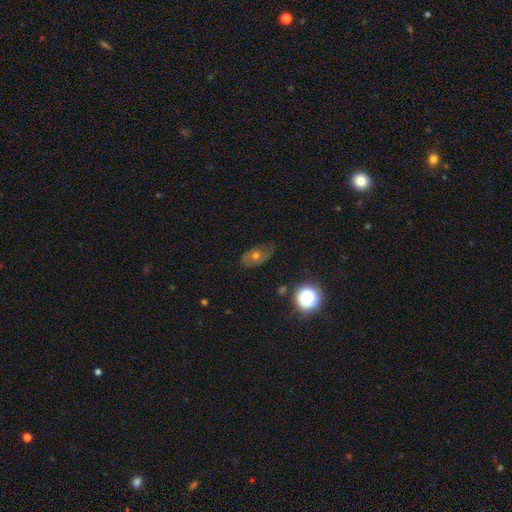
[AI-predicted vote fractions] smooth 46%, featured or disk 36%, star or artifact 18%. Down the decision tree: merging — none (63%).